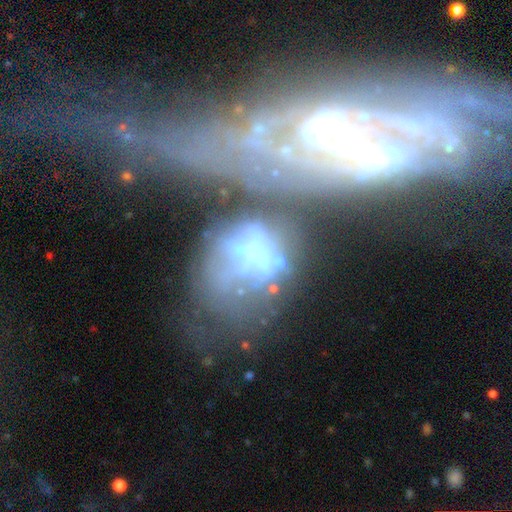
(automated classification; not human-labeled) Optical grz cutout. It shows a featured or disk galaxy (57%) with no bar (81%), no spiral arms (82%) and no central bulge (51%). Merging: merger (44%).